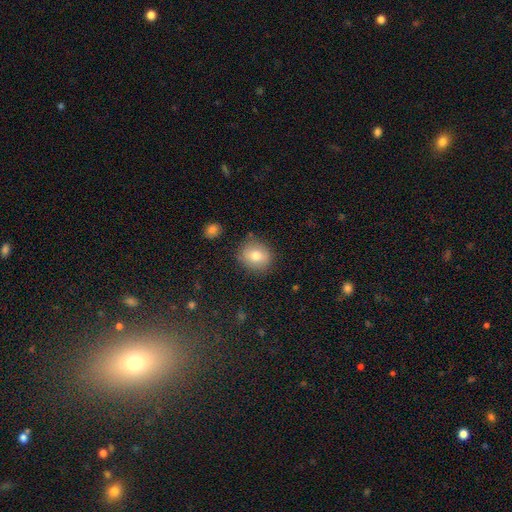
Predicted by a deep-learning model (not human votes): Morphology: type=smooth (75%); roundness=round (77%); merging=none (82%).